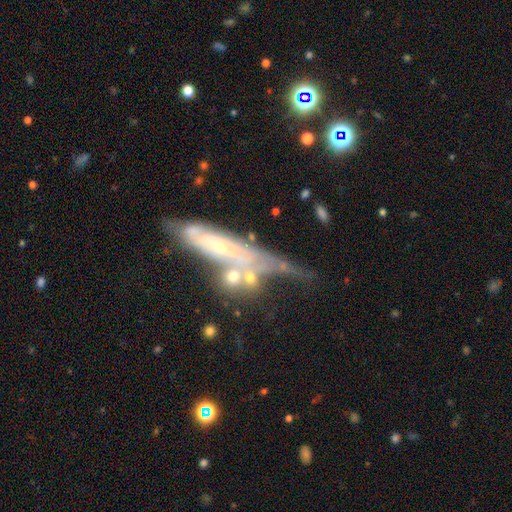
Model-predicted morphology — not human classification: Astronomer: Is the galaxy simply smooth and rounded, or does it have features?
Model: featured or disk — 60%.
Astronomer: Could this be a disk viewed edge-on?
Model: yes — 57% (runner-up: no, 43%).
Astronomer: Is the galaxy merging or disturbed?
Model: none — 37% (runner-up: merger, 26%).